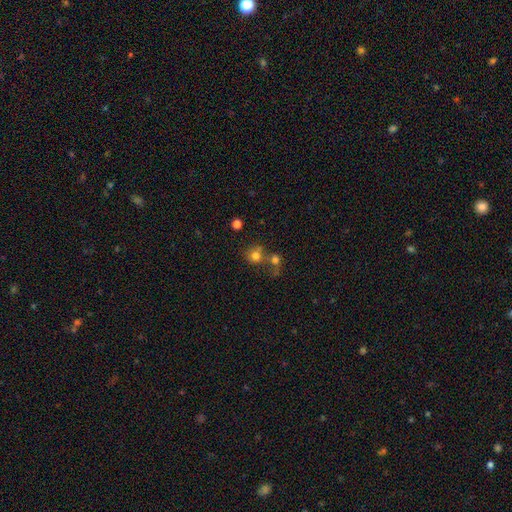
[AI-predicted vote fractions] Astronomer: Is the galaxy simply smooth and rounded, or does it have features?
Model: smooth — 75%.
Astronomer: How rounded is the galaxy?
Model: round — 82%.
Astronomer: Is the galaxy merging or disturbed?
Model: merger — 44% (runner-up: none, 40%).